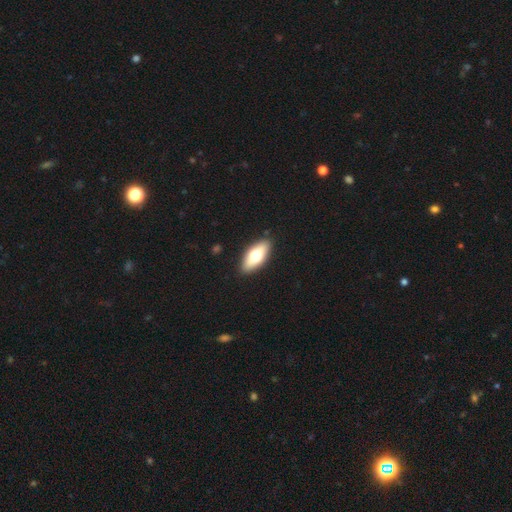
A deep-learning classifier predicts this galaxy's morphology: A smooth galaxy with no disk features (64%) that is in between round and cigar-shaped (81%).

Vote fractions:
- Smooth or featured? smooth: 64% / featured or disk: 30% / star or artifact: 6%
- How rounded? in between: 81% / cigar-shaped: 16% / round: 3%
- Merging? none: 89% / minor disturbance: 8% / major disturbance: 2% / merger: 1%